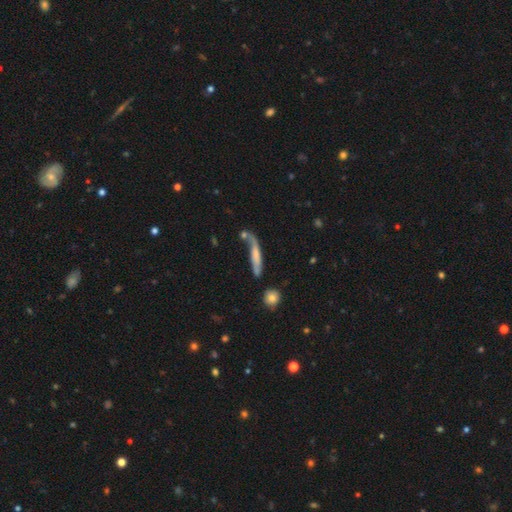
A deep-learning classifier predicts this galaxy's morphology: smooth-or-featured: smooth: 57% | featured or disk: 35% | star or artifact: 8%
  how-rounded: cigar-shaped: 85% | in between: 12% | round: 3%
  merging: none: 39% | minor disturbance: 21% | merger: 20% | major disturbance: 20%